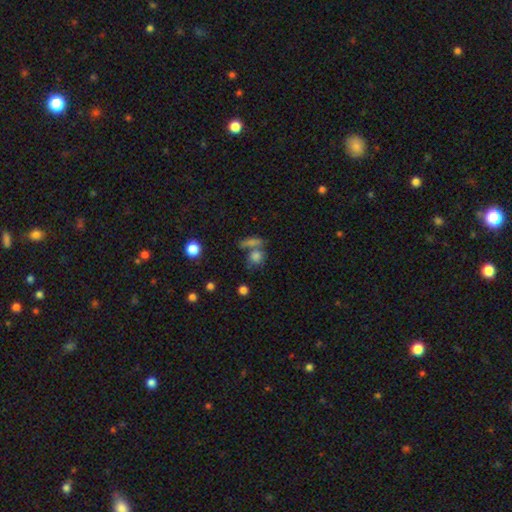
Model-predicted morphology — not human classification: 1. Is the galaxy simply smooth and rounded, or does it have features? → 77% smooth, 12% star or artifact, 11% featured or disk.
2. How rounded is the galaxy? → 65% round, 30% in between, 5% cigar-shaped.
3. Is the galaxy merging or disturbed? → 45% none, 36% merger, 11% minor disturbance, 7% major disturbance.